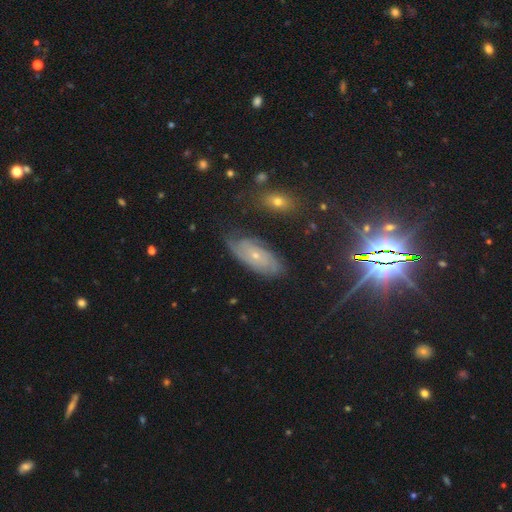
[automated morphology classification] Smooth or featured? featured or disk (65%)
Edge-on disk? no (89%)
Bar? no (77%)
Spiral arms? yes (86%)
Spiral winding? tight (65%)
Spiral arm count? can't tell (51%)
Bulge size? small (78%)
Merging? none (68%)